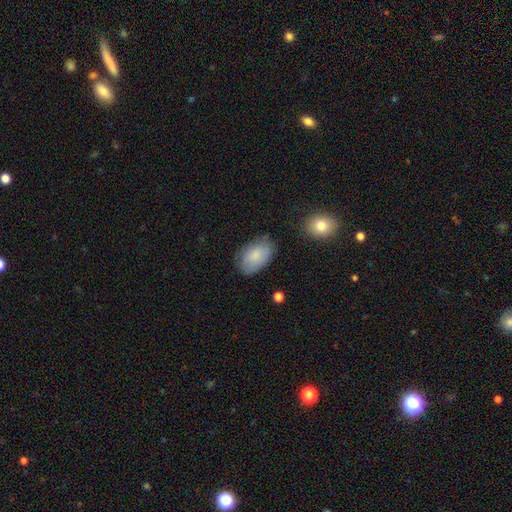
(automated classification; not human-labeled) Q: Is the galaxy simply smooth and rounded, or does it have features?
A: smooth — 80%.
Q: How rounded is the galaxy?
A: in between — 93%.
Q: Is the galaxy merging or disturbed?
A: none — 73%.